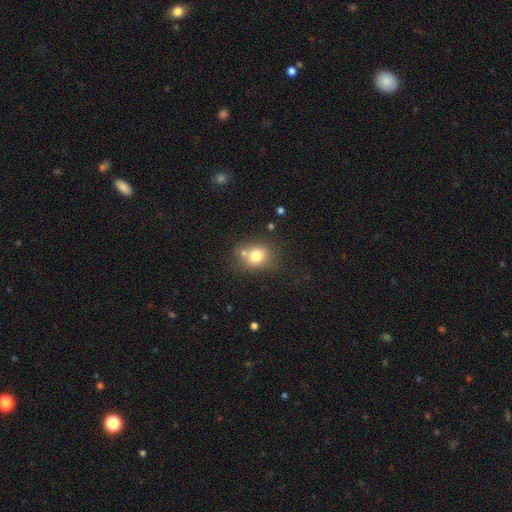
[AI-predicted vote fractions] Smooth or featured? Predicted: smooth (p=0.75). How rounded? Predicted: round (p=0.65). Merging? Predicted: none (p=0.57).